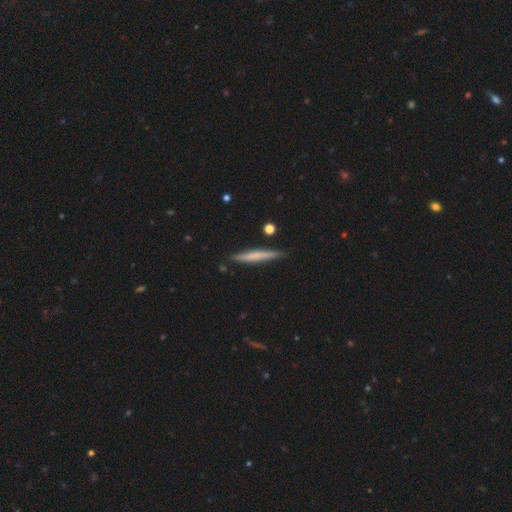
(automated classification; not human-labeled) The model was most divided on "smooth or featured": smooth: 58%, featured or disk: 36%, star or artifact: 6%. More confident: how rounded — cigar-shaped (96%); merging — none (87%).